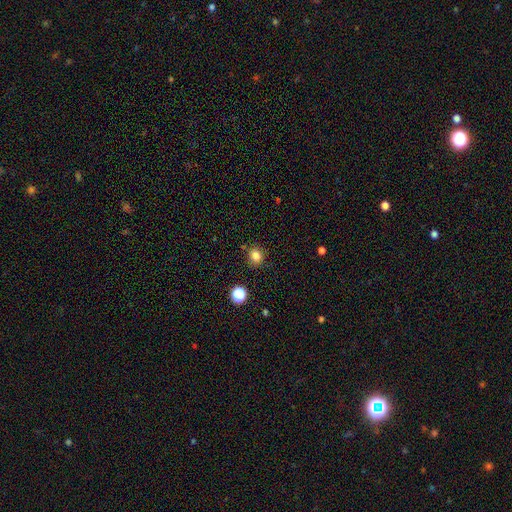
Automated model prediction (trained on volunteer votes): Smooth or featured: smooth — 82% (star or artifact — 13%)
How rounded: round — 82% (in between — 18%)
Merging: none — 84% (minor disturbance — 10%)